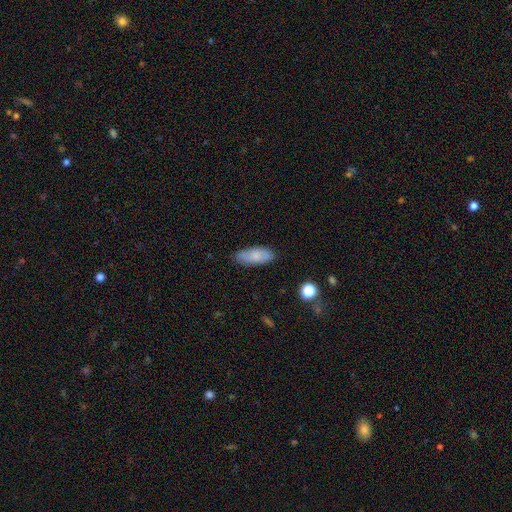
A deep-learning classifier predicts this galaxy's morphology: A smooth galaxy with no disk features (77%) that is in between round and cigar-shaped (79%).

Vote fractions:
- Smooth or featured? smooth: 77% / featured or disk: 16% / star or artifact: 7%
- How rounded? in between: 79% / cigar-shaped: 19% / round: 2%
- Merging? none: 81% / minor disturbance: 15% / major disturbance: 3% / merger: 1%